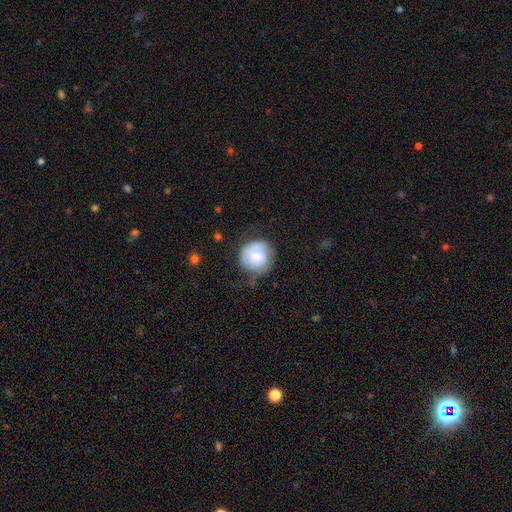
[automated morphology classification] type=smooth (60%); roundness=round (91%); merging=none (64%).